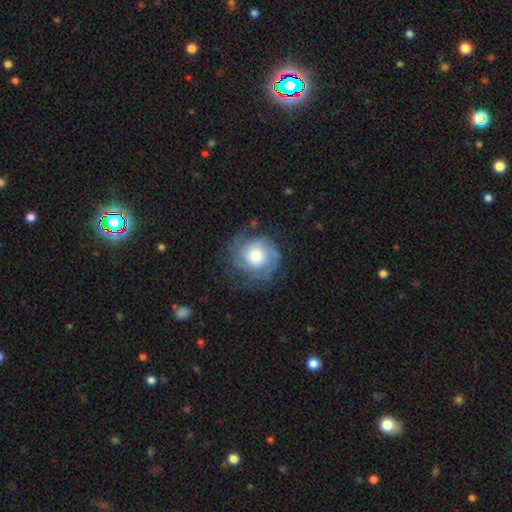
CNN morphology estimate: smooth-or-featured: featured or disk: 67% | smooth: 26% | star or artifact: 7%
  disk-edge-on: no: 98% | yes: 2%
    bar: no: 81% | weak: 16% | strong: 3%
    has-spiral-arms: yes: 89% | no: 11%
      spiral-winding: tight: 58% | medium: 31% | loose: 11%
      spiral-arm-count: can't tell: 35% | 2: 31% | 3: 16% | 1: 7% | 4: 6% | more than 4: 5%
    bulge-size: moderate: 43% | large: 40% | small: 10% | dominant: 5% | none: 2%
  merging: none: 67% | minor disturbance: 19% | major disturbance: 13% | merger: 1%